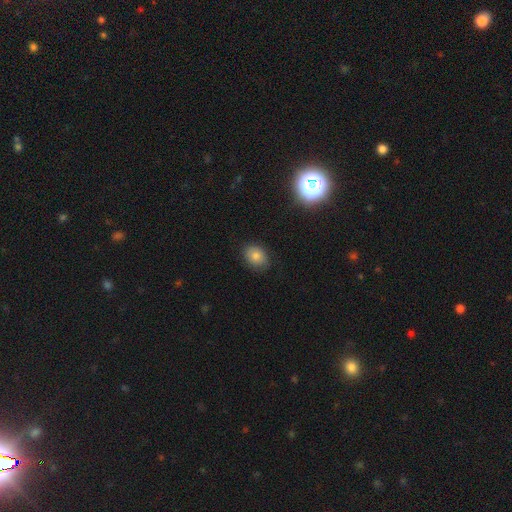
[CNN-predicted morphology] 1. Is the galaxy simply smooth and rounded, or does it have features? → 76% smooth, 13% star or artifact, 10% featured or disk.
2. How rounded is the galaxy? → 56% in between, 43% round, 1% cigar-shaped.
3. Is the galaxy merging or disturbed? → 82% none, 13% minor disturbance, 3% major disturbance, 1% merger.